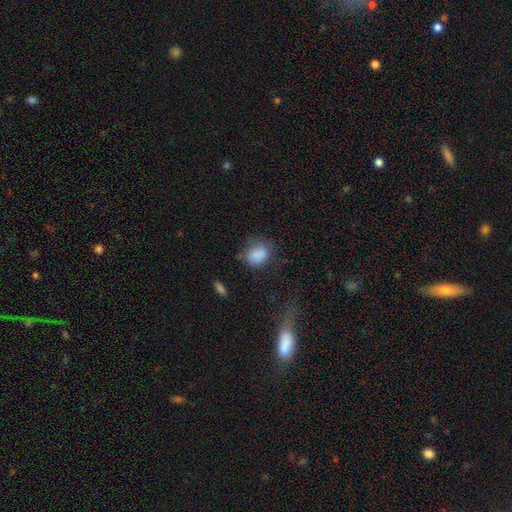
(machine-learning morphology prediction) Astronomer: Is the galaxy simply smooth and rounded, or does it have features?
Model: smooth — 83%.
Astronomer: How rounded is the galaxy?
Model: in between — 61% (runner-up: round, 38%).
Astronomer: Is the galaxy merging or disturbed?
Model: none — 55%.